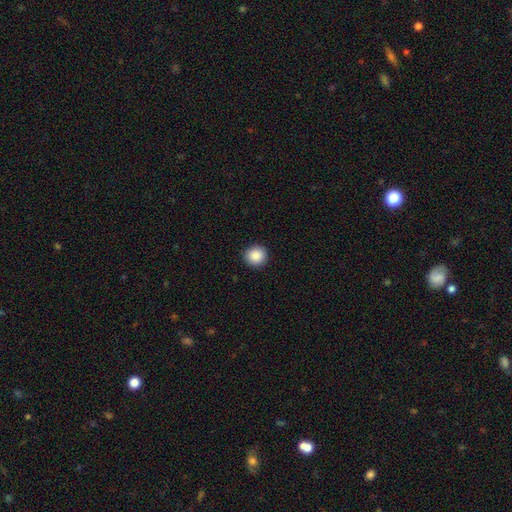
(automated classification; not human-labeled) This is clearly a smooth galaxy (88%). How rounded: clearly round (92%). Merging: clearly none (92%).